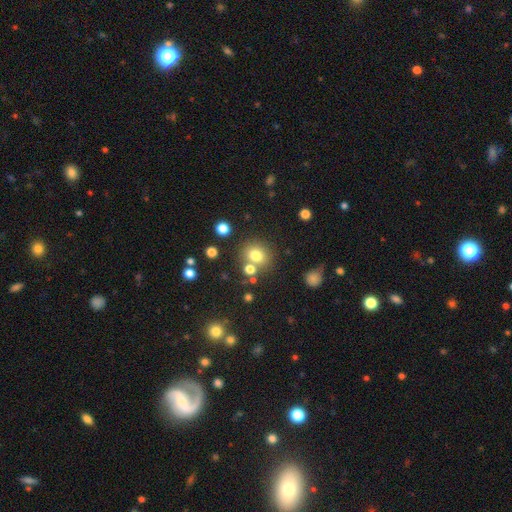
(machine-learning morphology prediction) The model was most divided on "merging": none: 70%, merger: 16%, minor disturbance: 10%, major disturbance: 4%. More confident: how rounded — round (79%); smooth or featured — smooth (76%).